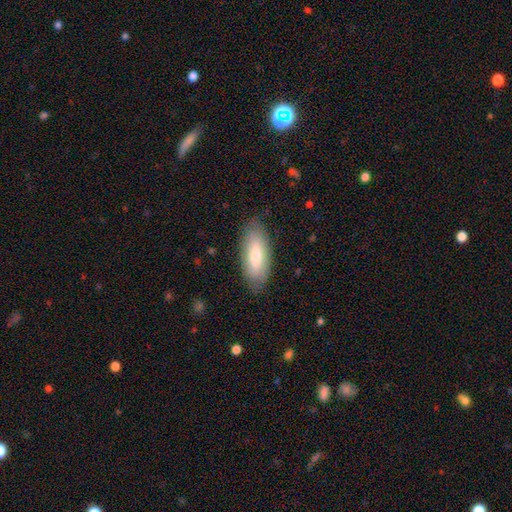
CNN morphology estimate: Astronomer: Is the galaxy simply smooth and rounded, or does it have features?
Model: smooth — 71%.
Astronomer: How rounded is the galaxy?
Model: in between — 81%.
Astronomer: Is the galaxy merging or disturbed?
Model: none — 84%.